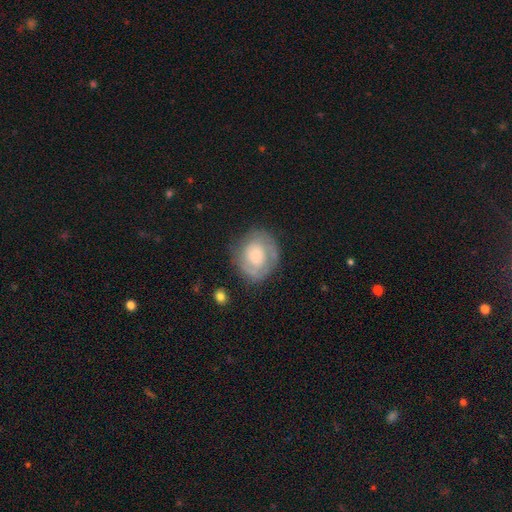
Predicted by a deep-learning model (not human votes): The model was most divided on "bulge size": small: 38%, moderate: 37%, large: 18%, none: 5%, dominant: 3%. More confident: edge-on disk — no (97%); bar — no (79%); merging — none (71%); spiral arms — yes (66%); smooth or featured — featured or disk (53%).